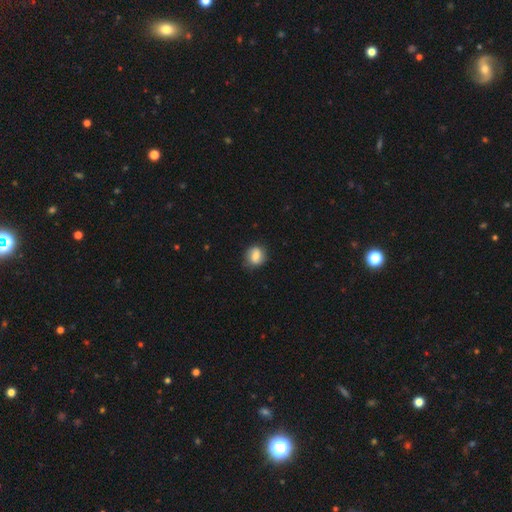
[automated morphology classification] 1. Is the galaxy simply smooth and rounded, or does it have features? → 80% smooth, 12% featured or disk, 8% star or artifact.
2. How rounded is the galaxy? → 68% round, 31% in between, 1% cigar-shaped.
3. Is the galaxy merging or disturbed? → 78% none, 17% minor disturbance, 4% major disturbance, 1% merger.